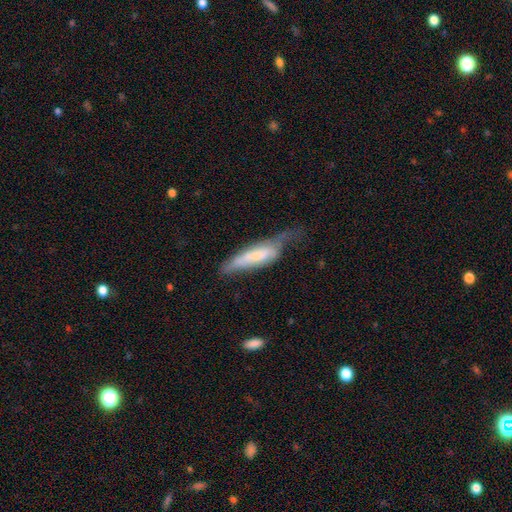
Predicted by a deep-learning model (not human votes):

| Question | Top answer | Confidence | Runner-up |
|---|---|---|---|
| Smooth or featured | smooth | 54% | featured or disk (39%) |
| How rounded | cigar-shaped | 61% | in between (38%) |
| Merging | major disturbance | 37% | minor disturbance (33%) |